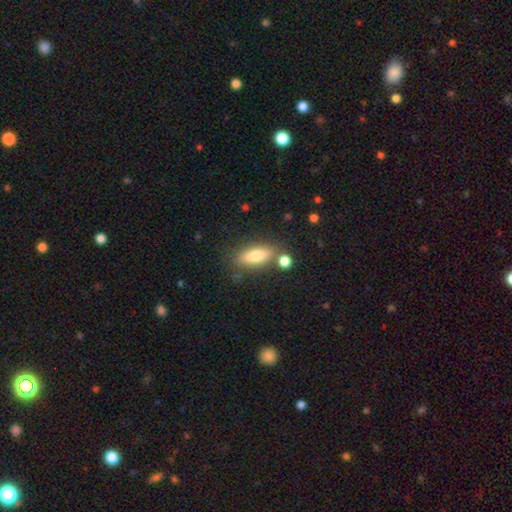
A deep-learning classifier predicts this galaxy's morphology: smooth-or-featured: smooth: 74% | featured or disk: 19% | star or artifact: 7%
  how-rounded: in between: 65% | cigar-shaped: 32% | round: 3%
  merging: none: 74% | minor disturbance: 13% | merger: 10% | major disturbance: 4%